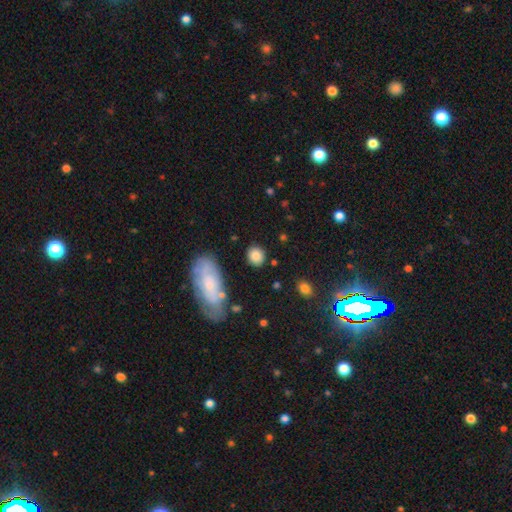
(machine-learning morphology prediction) Smooth or featured? smooth (83%)
How rounded? round (78%)
Merging? none (83%)